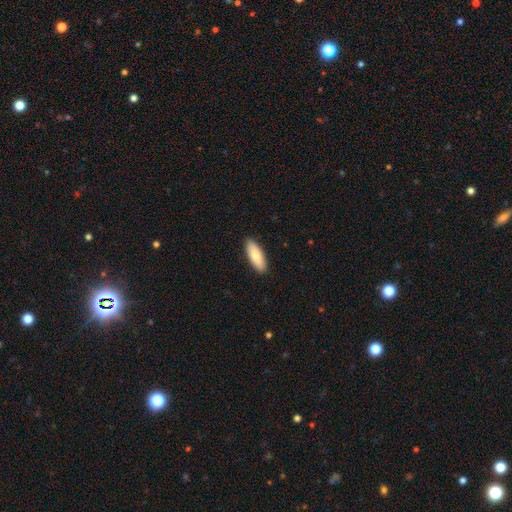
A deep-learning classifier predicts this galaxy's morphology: This appears to be a smooth galaxy with no disk features (81%) that is in between round and cigar-shaped (65%). Merging: none (90%).